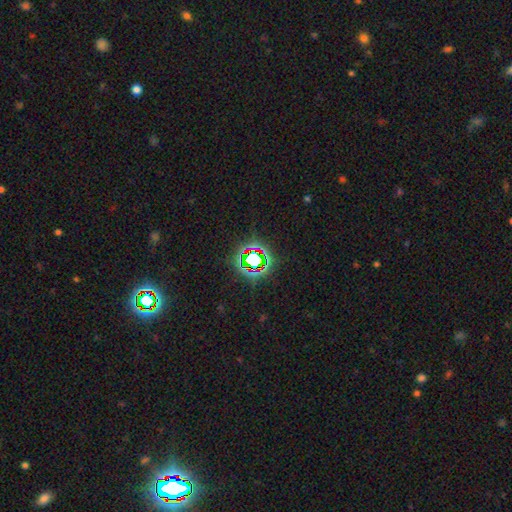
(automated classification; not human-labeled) Smooth or featured? star or artifact (77%)